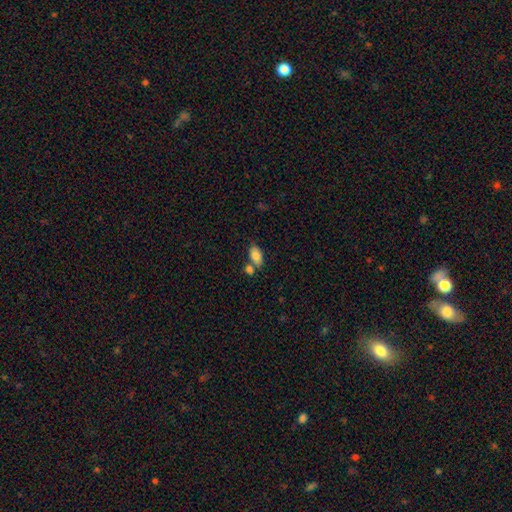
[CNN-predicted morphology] This is clearly a smooth galaxy (81%). How rounded: clearly in between (92%). Merging: possibly none (51%).